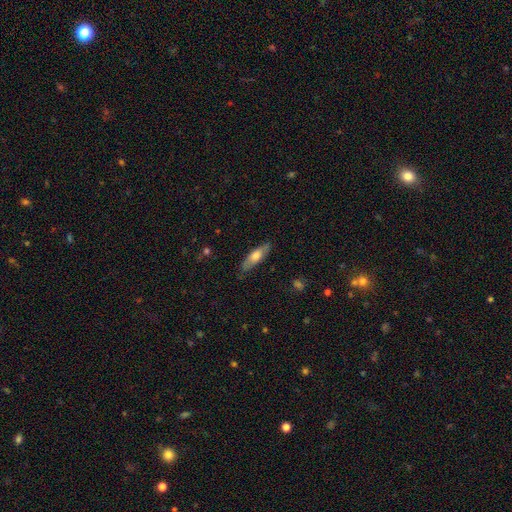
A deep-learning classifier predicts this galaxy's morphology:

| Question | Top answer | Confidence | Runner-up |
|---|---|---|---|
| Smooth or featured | smooth | 61% | featured or disk (33%) |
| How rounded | cigar-shaped | 53% | in between (45%) |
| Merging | none | 82% | minor disturbance (14%) |